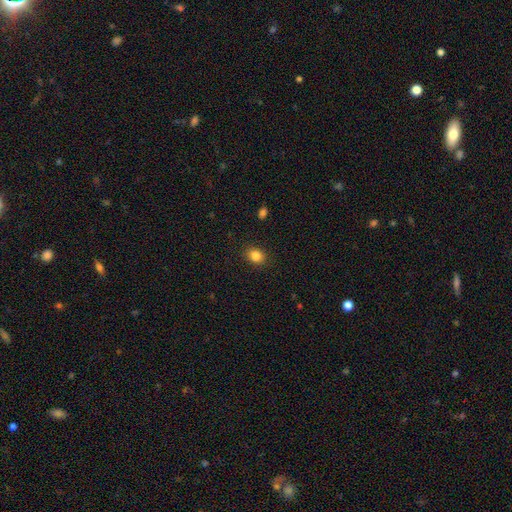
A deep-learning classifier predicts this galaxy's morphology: smooth-or-featured: smooth: 85% | star or artifact: 10% | featured or disk: 4%
  how-rounded: round: 59% | in between: 40% | cigar-shaped: 1%
  merging: none: 88% | minor disturbance: 8% | major disturbance: 3% | merger: 1%